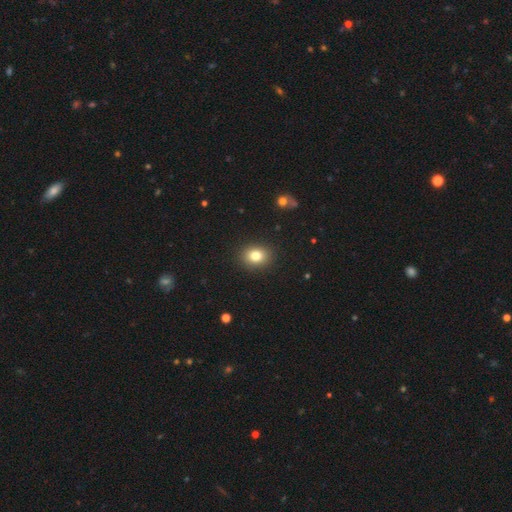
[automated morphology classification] smooth 81%, star or artifact 11%, featured or disk 8%. Down the decision tree: how rounded — round (55%); merging — none (89%).